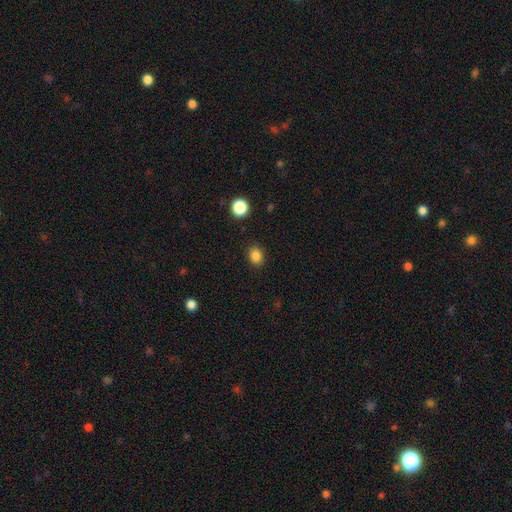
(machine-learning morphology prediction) Q: Smooth or featured?
A: smooth (85%); runner-up: star or artifact (12%)
Q: How rounded?
A: in between (51%); runner-up: round (48%)
Q: Merging?
A: none (88%); runner-up: minor disturbance (8%)